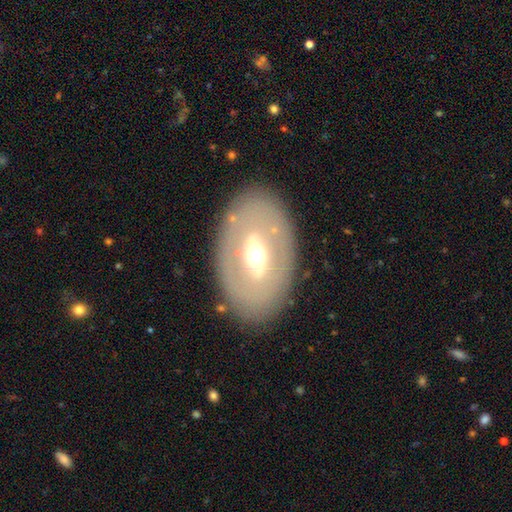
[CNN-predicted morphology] Smooth or featured? Predicted: featured or disk (p=0.58). Edge-on disk? Predicted: no (p=0.87). Bar? Predicted: no (p=0.40). Spiral arms? Predicted: no (p=0.88). Bulge size? Predicted: moderate (p=0.67). Merging? Predicted: none (p=0.83).